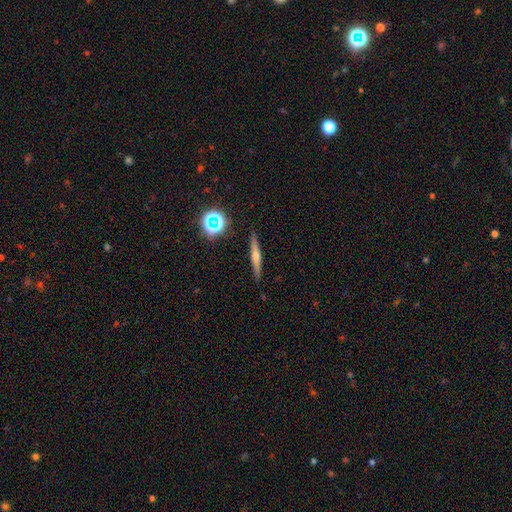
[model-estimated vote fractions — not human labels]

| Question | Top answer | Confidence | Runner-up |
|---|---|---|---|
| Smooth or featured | featured or disk | 47% | smooth (42%) |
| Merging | none | 89% | minor disturbance (8%) |